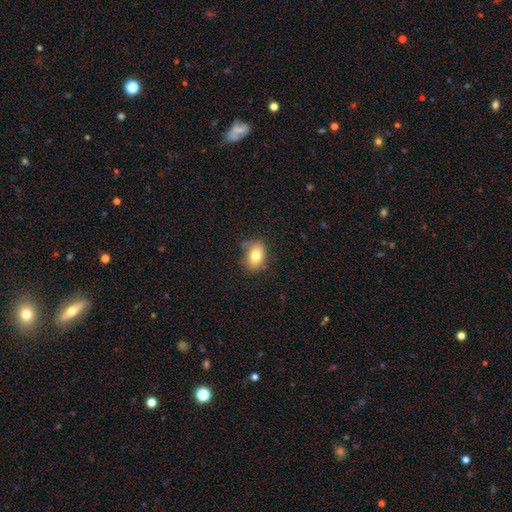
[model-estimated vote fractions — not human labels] Morphology: type=smooth (76%); roundness=in between (75%); merging=none (67%).